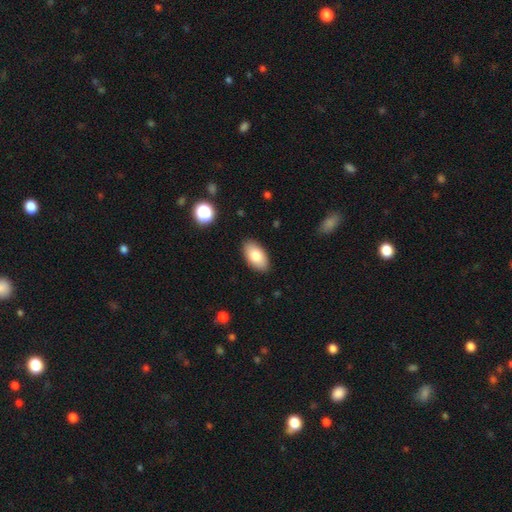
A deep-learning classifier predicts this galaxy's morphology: Overall: smooth (81%). How rounded: in between (95%). Merging: none (88%).